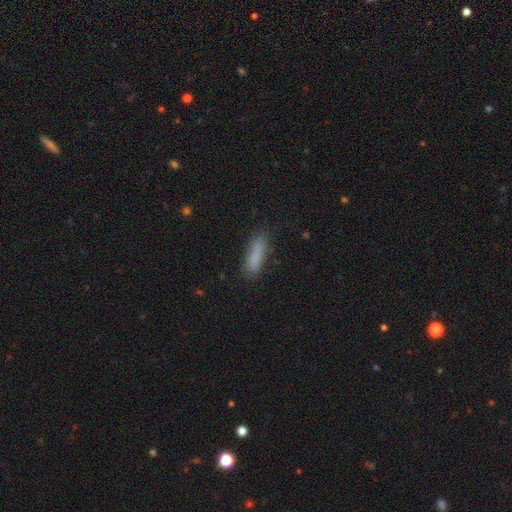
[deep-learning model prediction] Morphology: type=smooth (85%); roundness=cigar-shaped (67%); merging=none (81%).